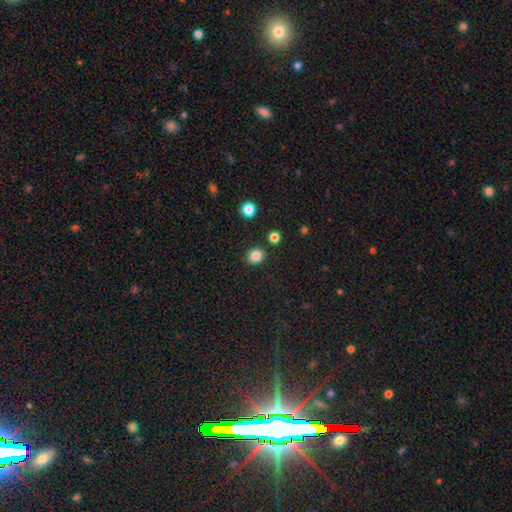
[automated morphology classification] Smooth or featured: smooth — 84% (star or artifact — 11%)
How rounded: round — 69% (in between — 30%)
Merging: none — 87% (minor disturbance — 7%)